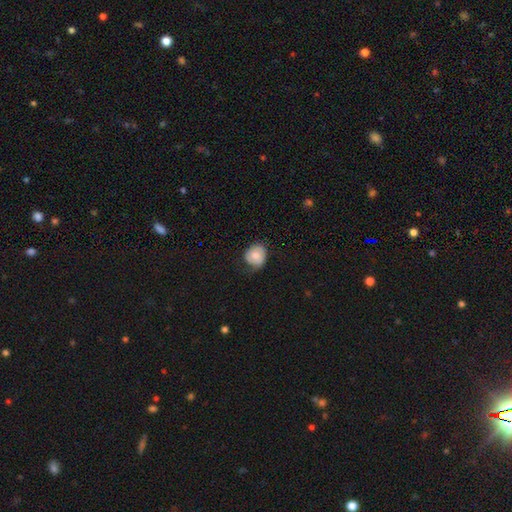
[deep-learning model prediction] smooth_or_featured: smooth (p=0.63) [alt: featured or disk p=0.30]
how_rounded: round (p=0.70) [alt: in between p=0.29]
merging: none (p=0.55) [alt: minor disturbance p=0.31]